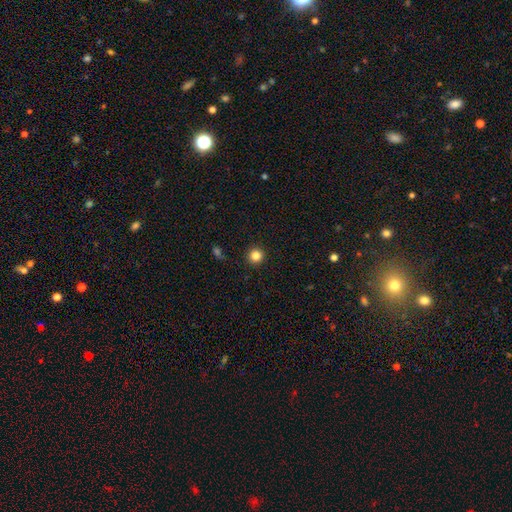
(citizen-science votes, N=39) smooth_or_featured: smooth (p=0.85) [alt: featured or disk p=0.08]
how_rounded: round (p=1.00)
merging: none (p=1.00)